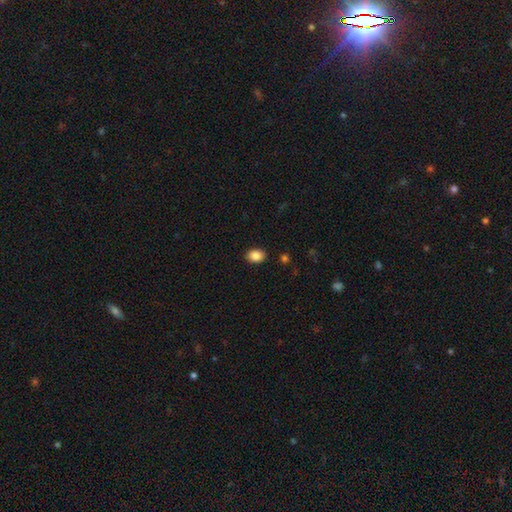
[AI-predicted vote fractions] smooth 87%, star or artifact 8%, featured or disk 5%. Down the decision tree: how rounded — in between (74%); merging — none (89%).